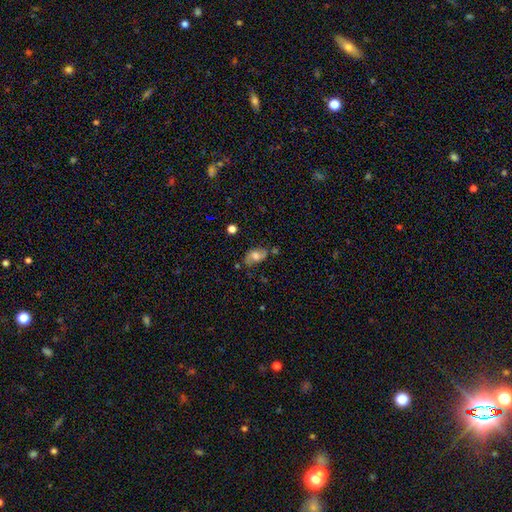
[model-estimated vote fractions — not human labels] smooth-or-featured: smooth: 46% | featured or disk: 45% | star or artifact: 10%
  merging: none: 60% | minor disturbance: 25% | major disturbance: 8% | merger: 7%